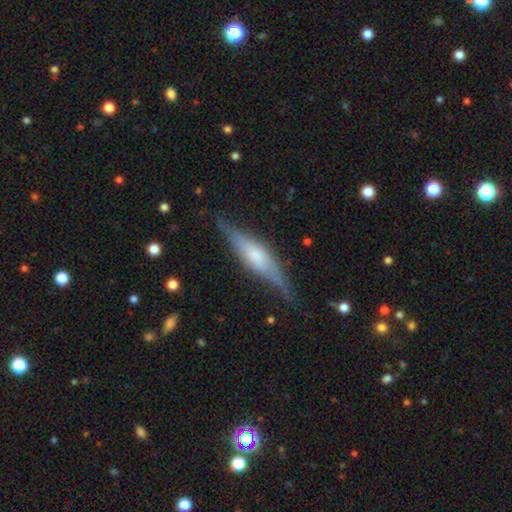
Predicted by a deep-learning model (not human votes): featured or disk 60%, smooth 34%, star or artifact 6%. Down the decision tree: edge-on disk — yes (90%); edge-on bulge — rounded (59%); merging — none (75%).